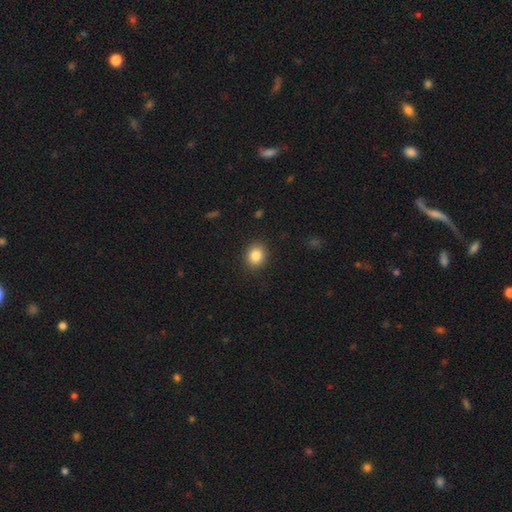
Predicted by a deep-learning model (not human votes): The model was most divided on "how rounded": round: 69%, in between: 30%, cigar-shaped: 1%. More confident: merging — none (89%); smooth or featured — smooth (84%).